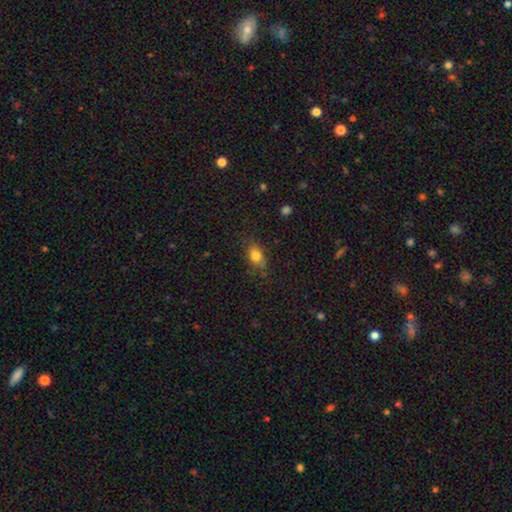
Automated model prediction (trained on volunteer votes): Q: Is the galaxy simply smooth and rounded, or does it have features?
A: smooth — 80%.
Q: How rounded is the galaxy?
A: in between — 74%.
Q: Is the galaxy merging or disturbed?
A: none — 71%.